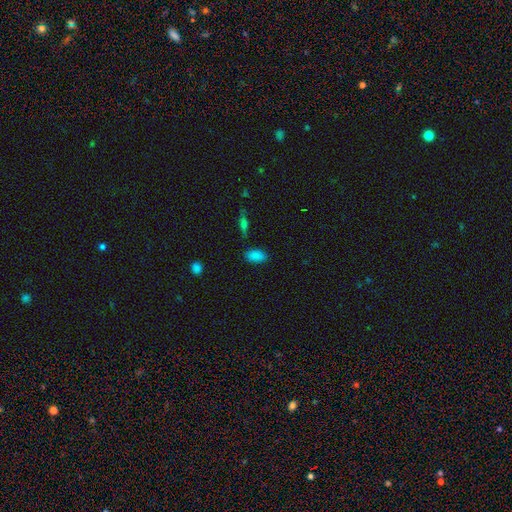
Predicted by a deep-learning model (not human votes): A smooth galaxy with no disk features (84%) that is in between round and cigar-shaped (91%). Merging: none (83%).